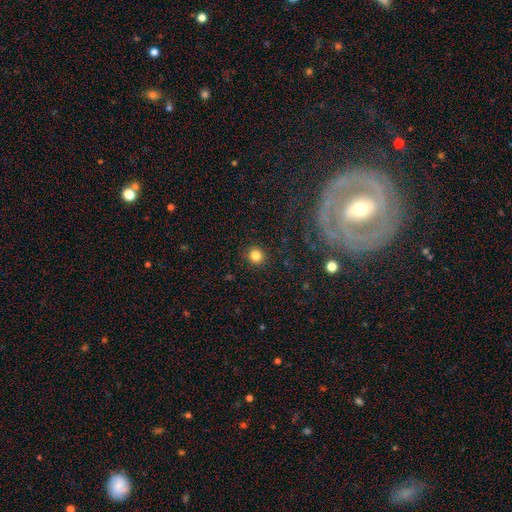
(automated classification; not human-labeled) Q: Smooth or featured?
A: smooth (84%); runner-up: star or artifact (11%)
Q: How rounded?
A: round (90%); runner-up: in between (10%)
Q: Merging?
A: none (90%); runner-up: minor disturbance (6%)